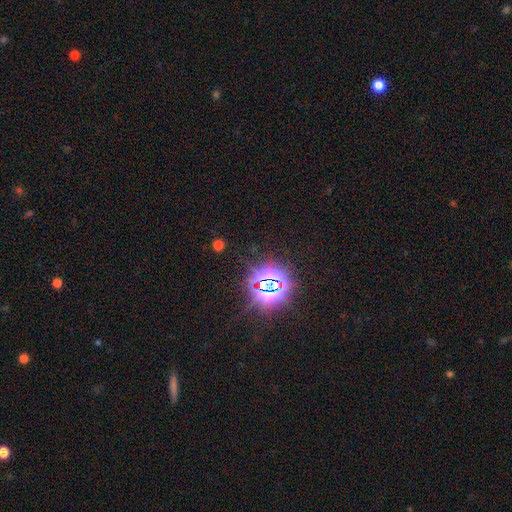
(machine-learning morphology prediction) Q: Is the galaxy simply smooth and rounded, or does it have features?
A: star or artifact — 83%.